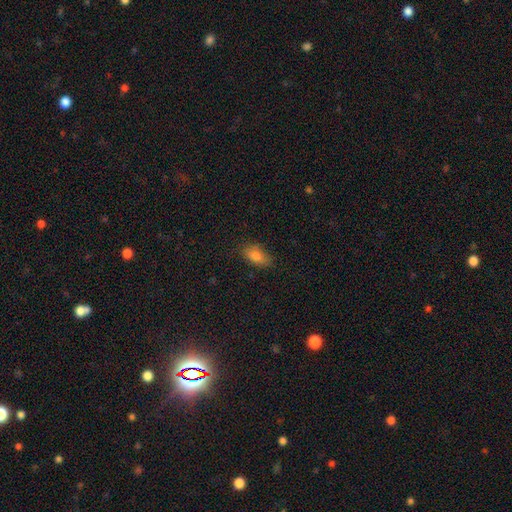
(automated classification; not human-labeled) This is likely a smooth galaxy (80%). How rounded: clearly in between (88%). Merging: clearly none (81%).